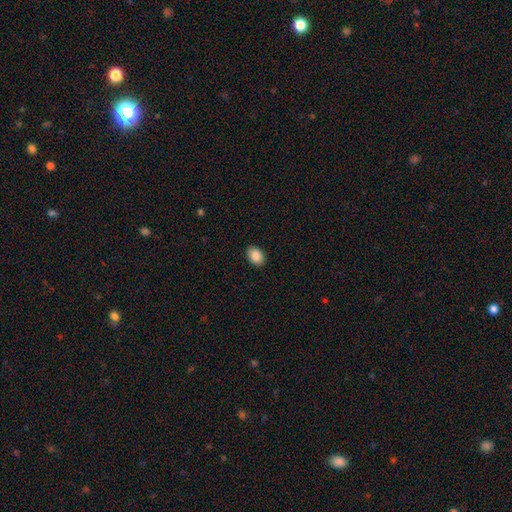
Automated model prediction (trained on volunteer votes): Smooth or featured? Predicted: smooth (p=0.88). How rounded? Predicted: in between (p=0.86). Merging? Predicted: none (p=0.89).